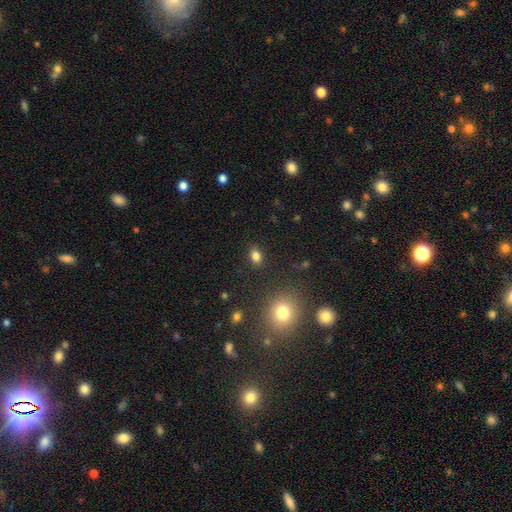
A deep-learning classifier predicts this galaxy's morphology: smooth_or_featured: smooth (p=0.83) [alt: star or artifact p=0.12]
how_rounded: in between (p=0.76) [alt: round p=0.23]
merging: none (p=0.86) [alt: minor disturbance p=0.09]